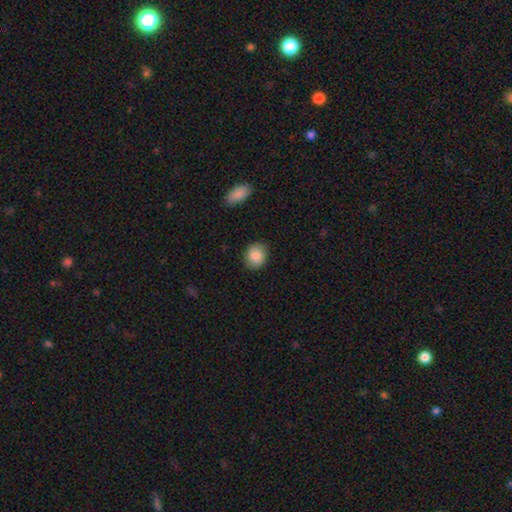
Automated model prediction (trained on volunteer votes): A smooth galaxy with no disk features (86%) that is round (60%). Merging: none (85%).